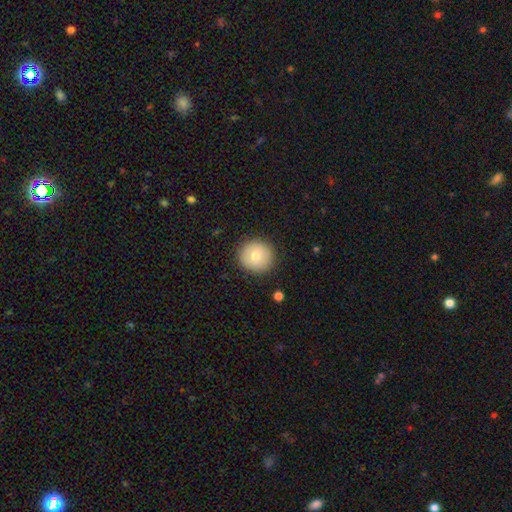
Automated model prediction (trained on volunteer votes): smooth-or-featured: smooth: 76% | featured or disk: 15% | star or artifact: 9%
  how-rounded: round: 94% | in between: 5% | cigar-shaped: 1%
  merging: none: 90% | minor disturbance: 7% | major disturbance: 2% | merger: 1%